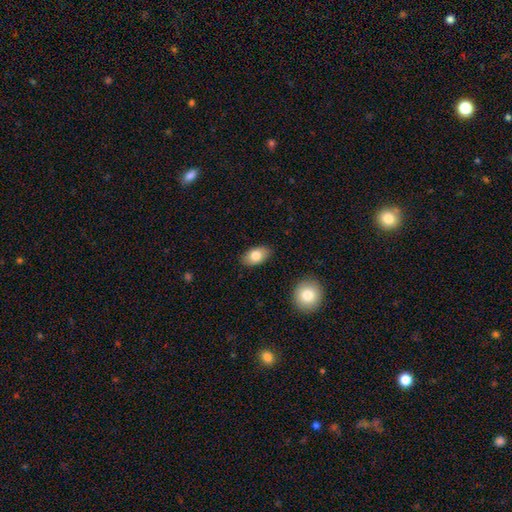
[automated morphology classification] smooth-or-featured: smooth: 81% | featured or disk: 12% | star or artifact: 7%
  how-rounded: in between: 91% | round: 6% | cigar-shaped: 2%
  merging: none: 87% | minor disturbance: 10% | major disturbance: 2% | merger: 2%